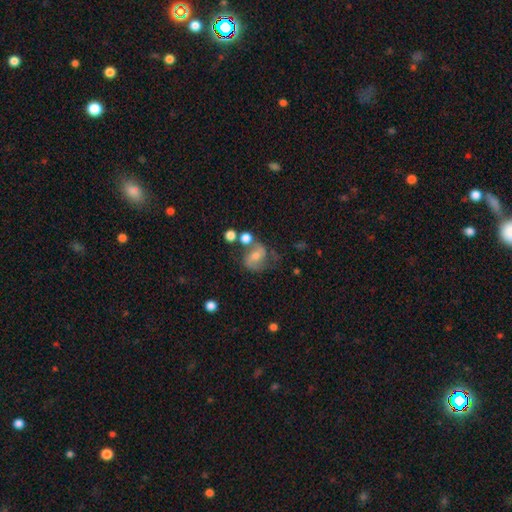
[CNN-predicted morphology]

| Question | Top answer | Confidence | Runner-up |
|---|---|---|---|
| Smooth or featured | featured or disk | 49% | smooth (40%) |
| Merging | none | 44% | merger (21%) |